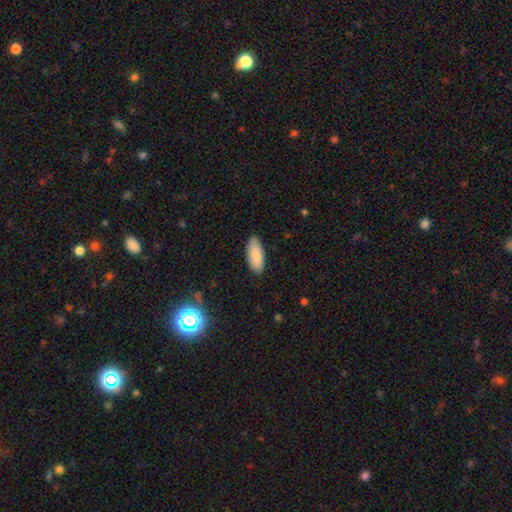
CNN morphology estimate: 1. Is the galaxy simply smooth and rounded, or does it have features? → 86% smooth, 8% featured or disk, 6% star or artifact.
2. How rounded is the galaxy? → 86% in between, 13% cigar-shaped, 2% round.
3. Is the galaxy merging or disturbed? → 86% none, 11% minor disturbance, 2% major disturbance, 1% merger.